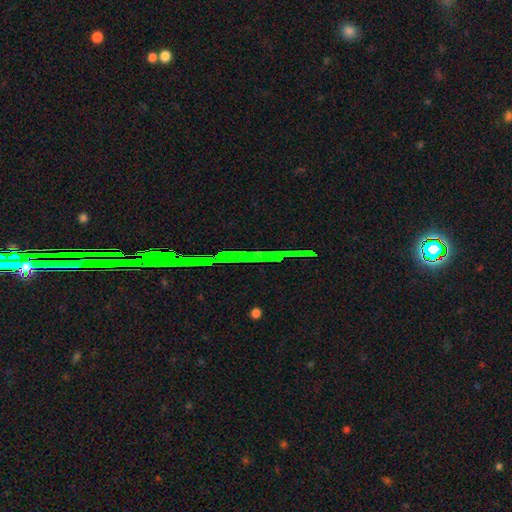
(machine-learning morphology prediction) A star or artifact, not a galaxy (79%).

Vote fractions:
- Smooth or featured? star or artifact: 79% / featured or disk: 12% / smooth: 9%